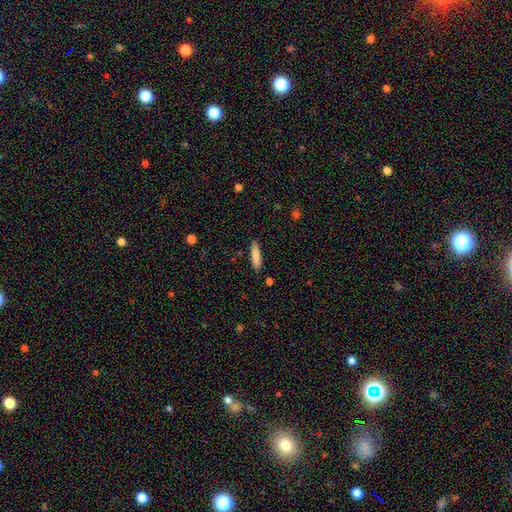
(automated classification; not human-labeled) smooth_or_featured: smooth (p=0.84) [alt: featured or disk p=0.10]
how_rounded: cigar-shaped (p=0.74) [alt: in between p=0.24]
merging: none (p=0.87) [alt: minor disturbance p=0.10]